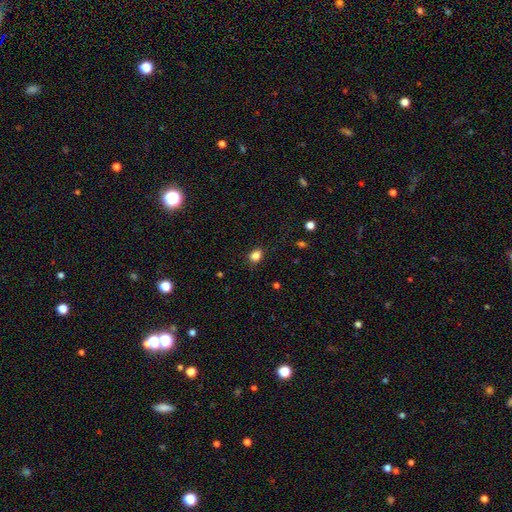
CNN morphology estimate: Q: Smooth or featured?
A: smooth (85%); runner-up: star or artifact (11%)
Q: How rounded?
A: in between (56%); runner-up: round (43%)
Q: Merging?
A: none (83%); runner-up: minor disturbance (12%)